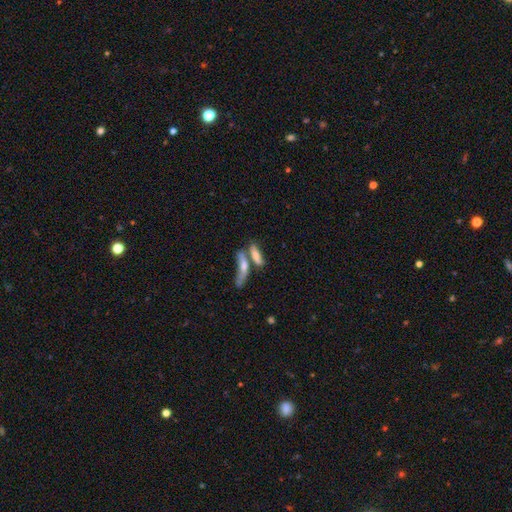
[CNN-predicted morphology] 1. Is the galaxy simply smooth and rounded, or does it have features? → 64% smooth, 27% featured or disk, 9% star or artifact.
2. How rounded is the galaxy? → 61% cigar-shaped, 36% in between, 3% round.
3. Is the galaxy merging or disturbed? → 52% merger, 30% none, 10% minor disturbance, 8% major disturbance.